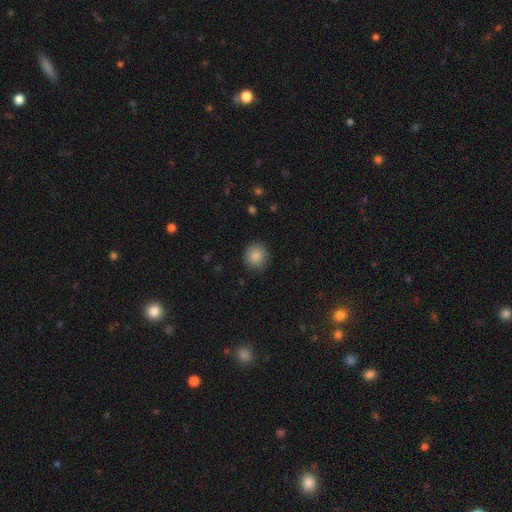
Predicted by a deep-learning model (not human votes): Smooth or featured? smooth (87%)
How rounded? round (86%)
Merging? none (86%)